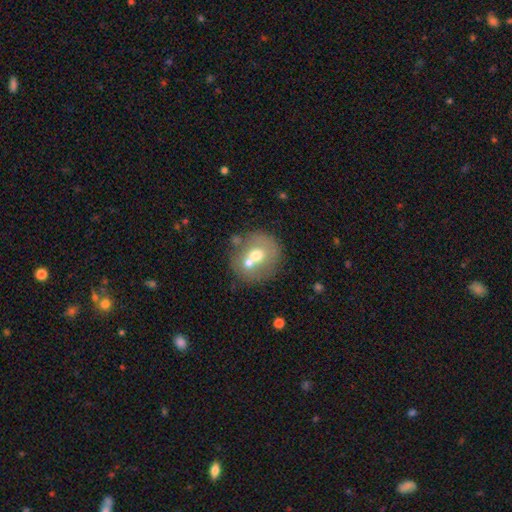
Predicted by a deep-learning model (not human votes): A smooth galaxy with no disk features (57%) that is round (81%). Merging: none (44%).